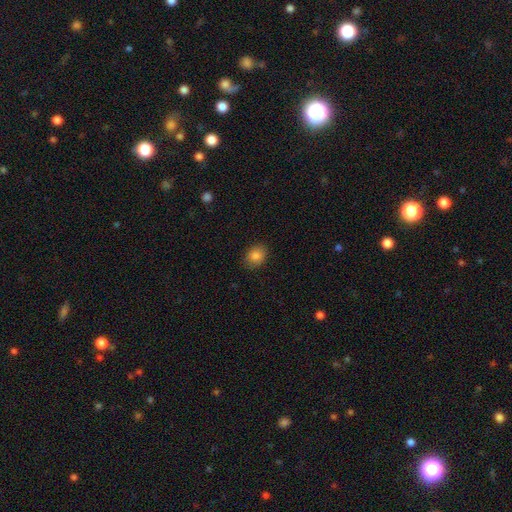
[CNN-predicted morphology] Q: Smooth or featured?
A: smooth (85%); runner-up: star or artifact (10%)
Q: How rounded?
A: round (50%); runner-up: in between (49%)
Q: Merging?
A: none (87%); runner-up: minor disturbance (10%)